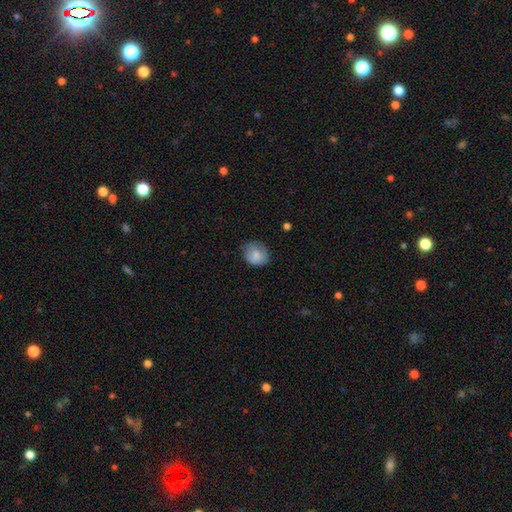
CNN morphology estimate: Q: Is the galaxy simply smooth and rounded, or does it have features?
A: smooth — 81%.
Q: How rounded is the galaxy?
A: round — 68%.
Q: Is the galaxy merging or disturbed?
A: none — 70%.